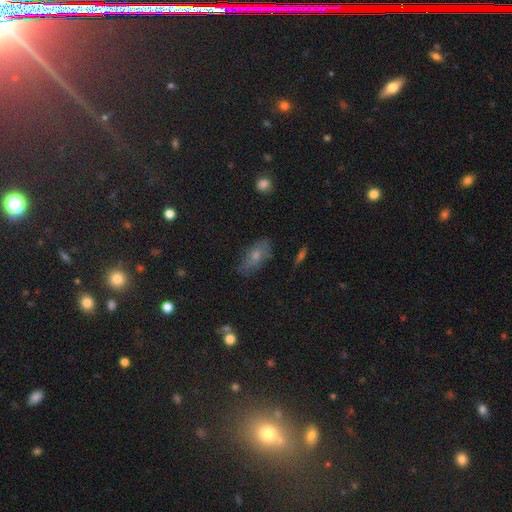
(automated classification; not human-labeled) A smooth galaxy with no disk features (59%) that is in between round and cigar-shaped (85%). Merging: none (69%).